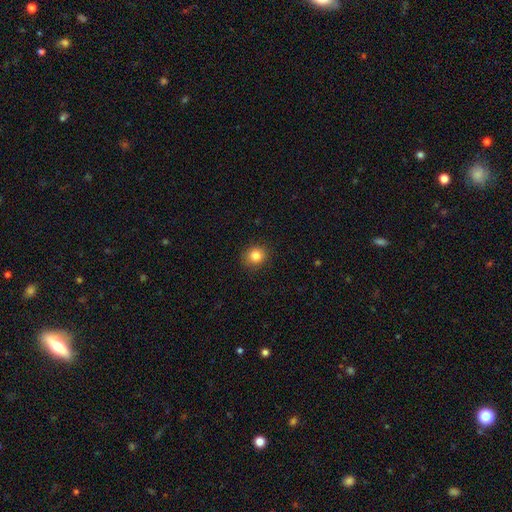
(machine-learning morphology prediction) This is clearly a smooth galaxy (83%). How rounded: likely round (79%). Merging: clearly none (89%).